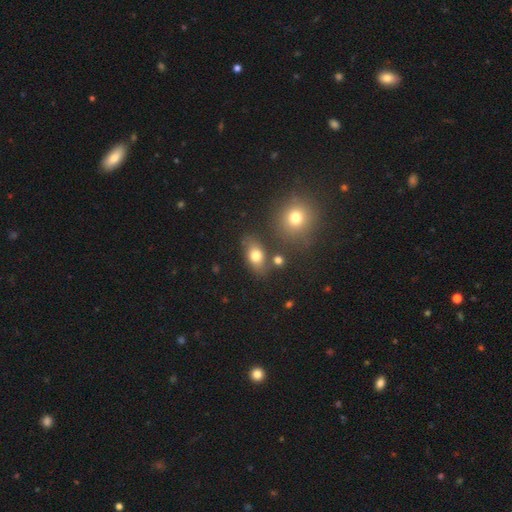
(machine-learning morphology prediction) A smooth galaxy with no disk features (75%) that is in between round and cigar-shaped (78%).

Vote fractions:
- Smooth or featured? smooth: 75% / featured or disk: 14% / star or artifact: 11%
- How rounded? in between: 78% / round: 18% / cigar-shaped: 3%
- Merging? none: 73% / minor disturbance: 13% / merger: 9% / major disturbance: 4%